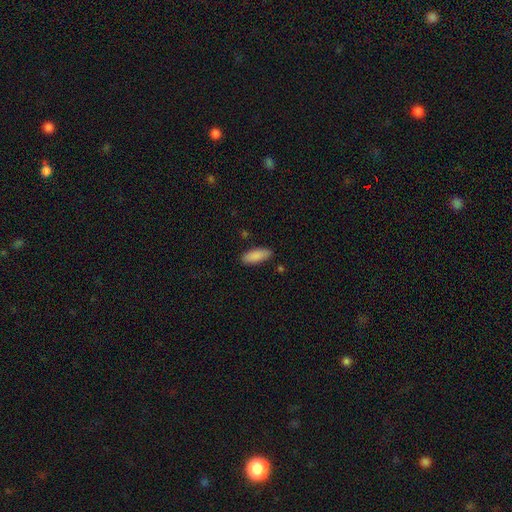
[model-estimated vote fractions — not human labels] The model was most divided on "how rounded": in between: 71%, cigar-shaped: 28%, round: 2%. More confident: smooth or featured — smooth (88%); merging — none (85%).